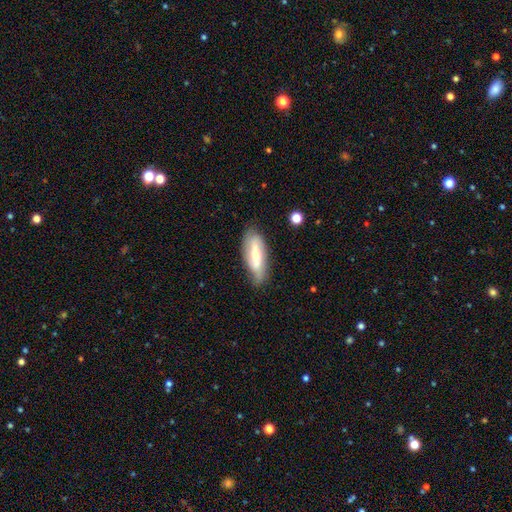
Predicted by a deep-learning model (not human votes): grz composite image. It shows a featured or disk galaxy (54%). Merging: none (75%).